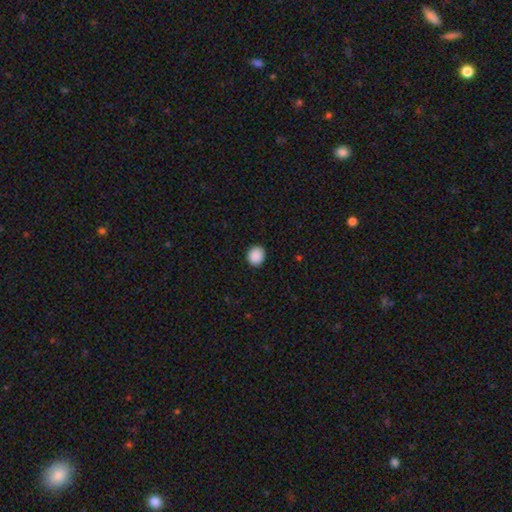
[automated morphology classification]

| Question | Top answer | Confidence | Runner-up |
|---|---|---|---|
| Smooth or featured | smooth | 90% | star or artifact (8%) |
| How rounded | round | 72% | in between (27%) |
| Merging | none | 91% | minor disturbance (7%) |